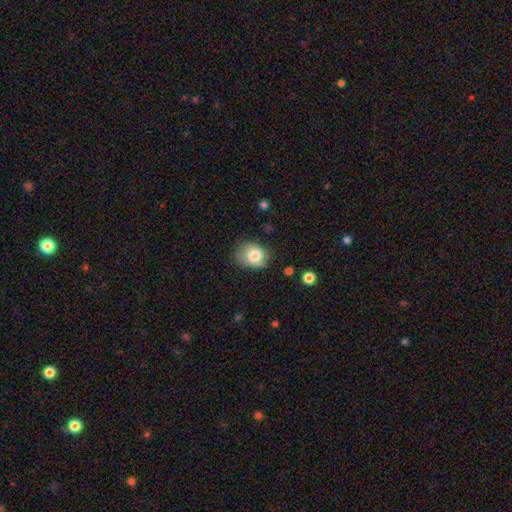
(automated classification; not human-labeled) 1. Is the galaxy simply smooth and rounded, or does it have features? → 77% smooth, 15% featured or disk, 8% star or artifact.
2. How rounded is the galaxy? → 55% in between, 45% round, 1% cigar-shaped.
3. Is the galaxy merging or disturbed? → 53% none, 33% minor disturbance, 12% major disturbance, 2% merger.